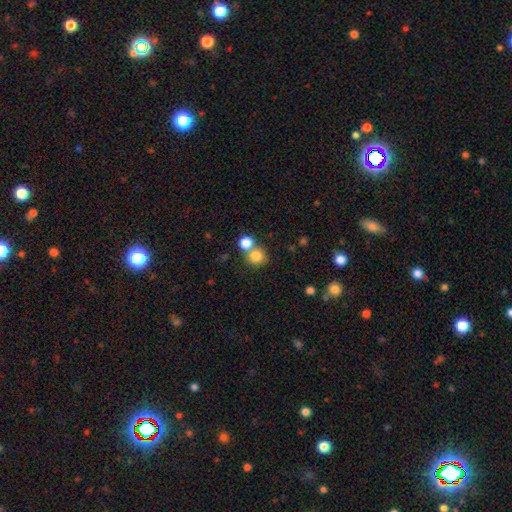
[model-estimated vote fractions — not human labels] smooth-or-featured: smooth: 81% | star or artifact: 11% | featured or disk: 8%
  how-rounded: round: 88% | in between: 11% | cigar-shaped: 1%
  merging: none: 53% | merger: 37% | minor disturbance: 7% | major disturbance: 3%